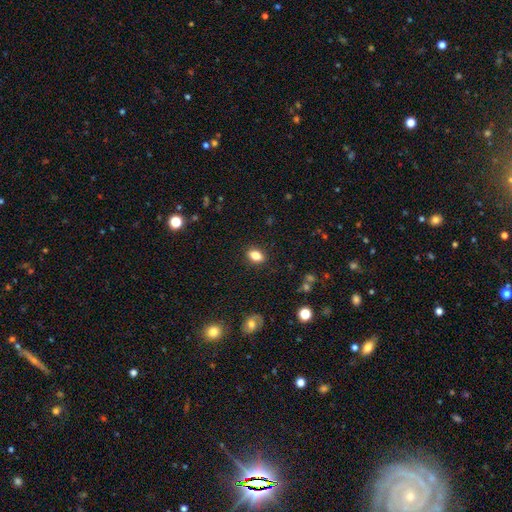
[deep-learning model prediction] Q: Smooth or featured?
A: smooth (82%); runner-up: star or artifact (9%)
Q: How rounded?
A: in between (81%); runner-up: round (17%)
Q: Merging?
A: none (88%); runner-up: minor disturbance (9%)